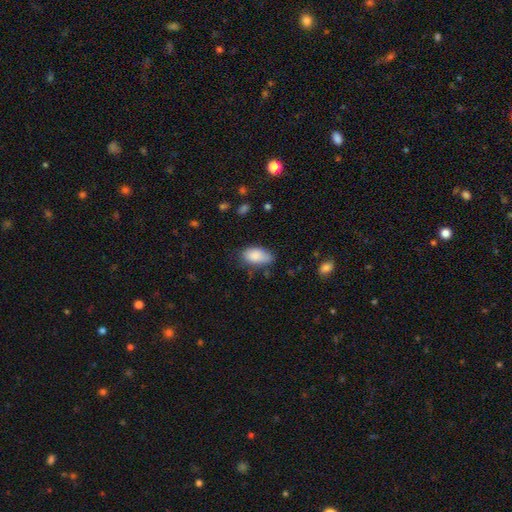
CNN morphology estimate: smooth 85%, featured or disk 7%, star or artifact 7%. Down the decision tree: how rounded — in between (92%); merging — none (59%).